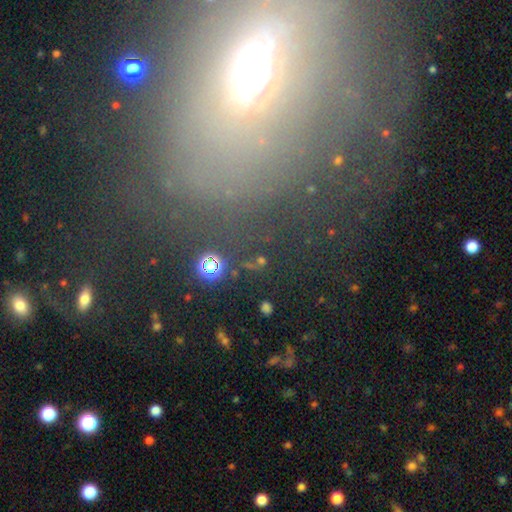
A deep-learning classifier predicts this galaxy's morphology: This appears to be a star or artifact, not a galaxy (36%).